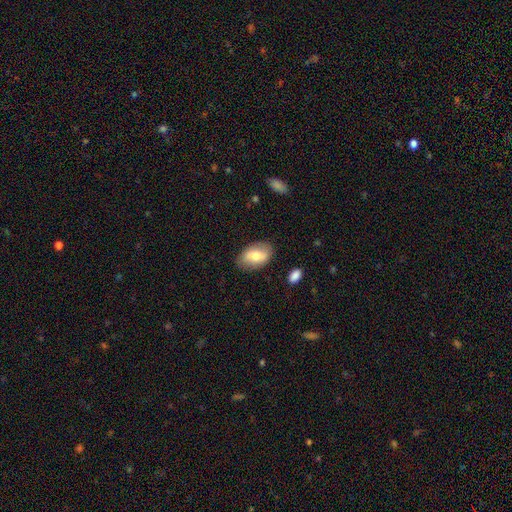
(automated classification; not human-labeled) smooth 65%, featured or disk 28%, star or artifact 7%. Down the decision tree: how rounded — in between (90%); merging — none (80%).